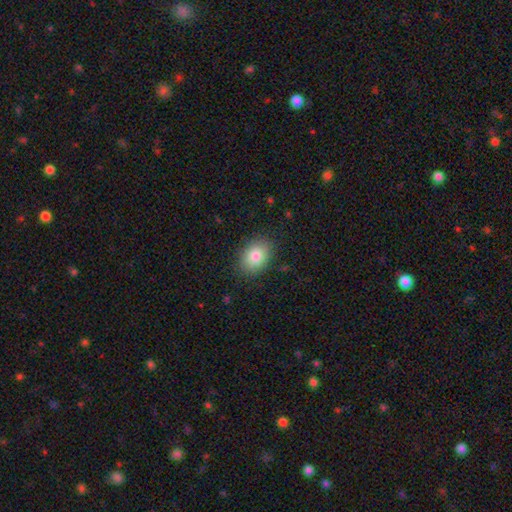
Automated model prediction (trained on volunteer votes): Morphology: type=smooth (84%); roundness=in between (72%); merging=none (85%).